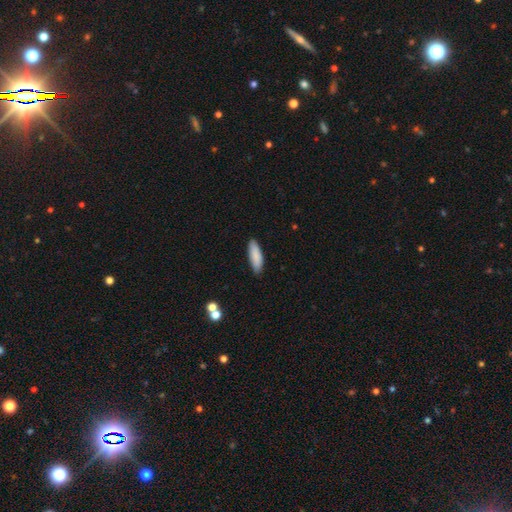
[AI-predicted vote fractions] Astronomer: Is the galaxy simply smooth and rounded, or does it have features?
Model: smooth — 87%.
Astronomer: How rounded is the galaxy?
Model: in between — 50% (runner-up: cigar-shaped, 49%).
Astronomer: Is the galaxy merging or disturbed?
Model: none — 87%.